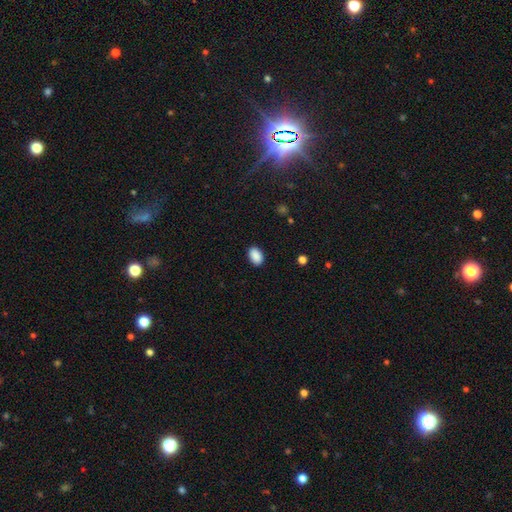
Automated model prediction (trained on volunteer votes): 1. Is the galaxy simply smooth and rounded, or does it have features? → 90% smooth, 8% star or artifact, 2% featured or disk.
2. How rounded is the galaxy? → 85% in between, 14% round, 1% cigar-shaped.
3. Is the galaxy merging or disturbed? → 89% none, 8% minor disturbance, 2% major disturbance, 1% merger.